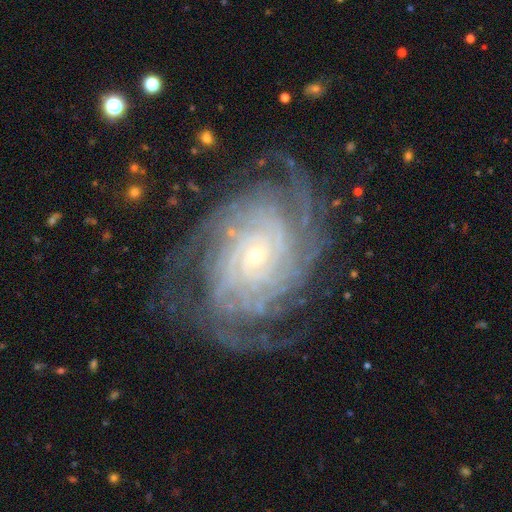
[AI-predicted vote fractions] Q: Smooth or featured?
A: featured or disk (90%); runner-up: star or artifact (5%)
Q: Edge-on disk?
A: no (97%); runner-up: yes (3%)
Q: Bar?
A: no (72%); runner-up: weak (21%)
Q: Spiral arms?
A: yes (98%); runner-up: no (2%)
Q: Spiral winding?
A: tight (76%); runner-up: medium (20%)
Q: Spiral arm count?
A: can't tell (24%); runner-up: 4 (22%)
Q: Bulge size?
A: small (81%); runner-up: moderate (14%)
Q: Merging?
A: none (74%); runner-up: minor disturbance (15%)